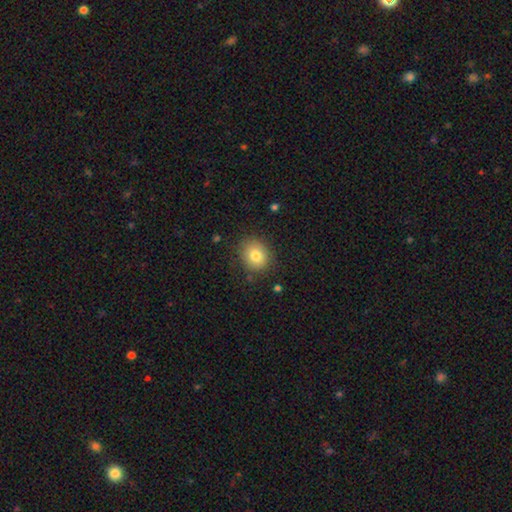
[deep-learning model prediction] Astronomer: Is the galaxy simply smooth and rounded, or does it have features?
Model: smooth — 81%.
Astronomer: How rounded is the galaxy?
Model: round — 70%.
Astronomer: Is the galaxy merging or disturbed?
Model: none — 84%.